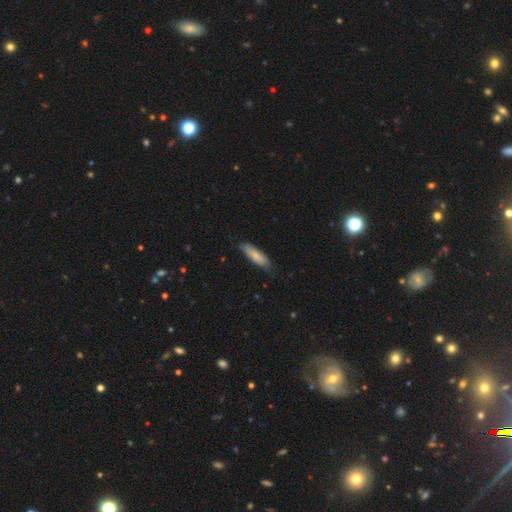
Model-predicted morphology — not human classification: Smooth or featured? smooth (79%)
How rounded? cigar-shaped (56%)
Merging? none (75%)